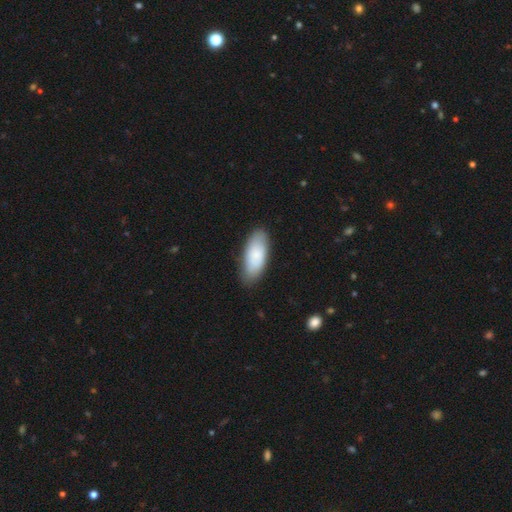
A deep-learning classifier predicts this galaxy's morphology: Smooth or featured? Predicted: smooth (p=0.78). How rounded? Predicted: in between (p=0.85). Merging? Predicted: none (p=0.81).